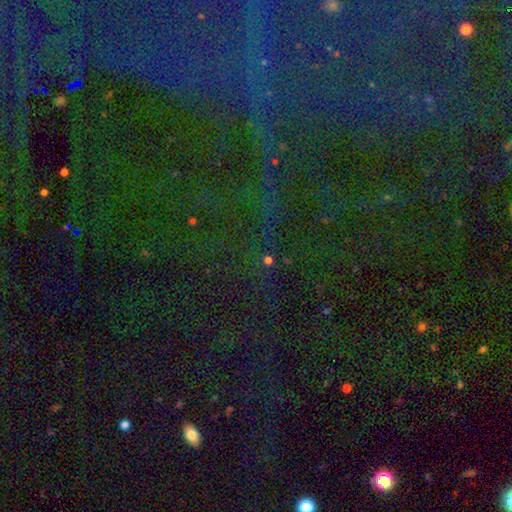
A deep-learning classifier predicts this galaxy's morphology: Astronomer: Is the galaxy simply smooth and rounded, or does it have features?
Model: star or artifact — 83%.